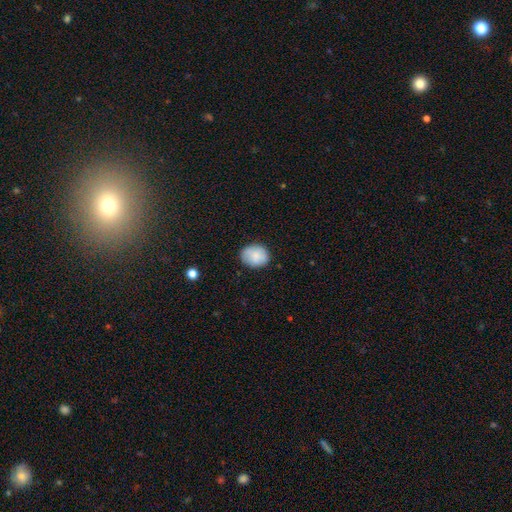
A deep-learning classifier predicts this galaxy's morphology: The model was most divided on "how rounded": round: 54%, in between: 45%, cigar-shaped: 1%. More confident: smooth or featured — smooth (84%); merging — none (81%).